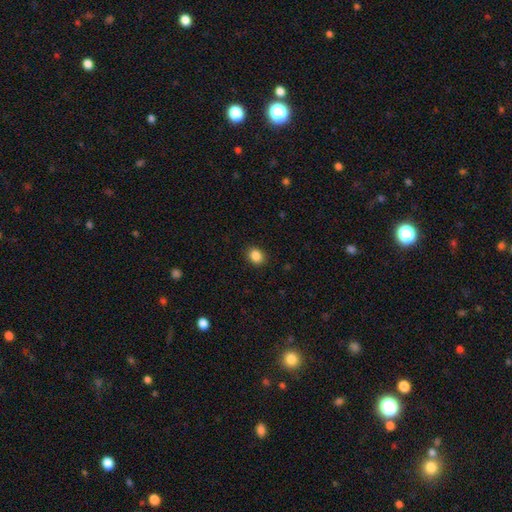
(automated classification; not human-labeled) Morphology: type=smooth (87%); roundness=round (53%); merging=none (89%).